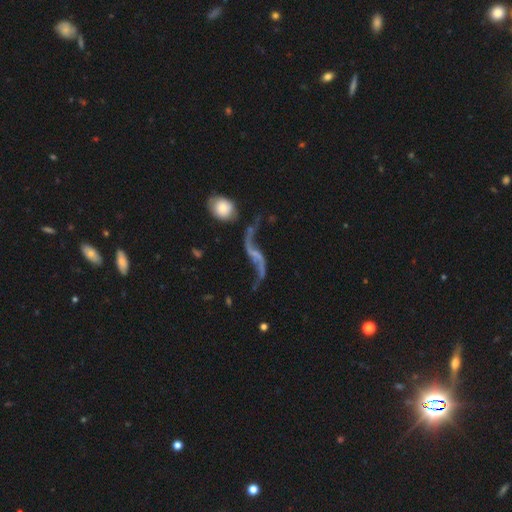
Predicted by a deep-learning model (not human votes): Morphology: type=featured or disk (87%); edge-on=no (94%); bar=no (46%); spiral arms=yes (93%); winding=loose (95%); arm count=2 (93%); bulge=none (46%); merging=none (54%).